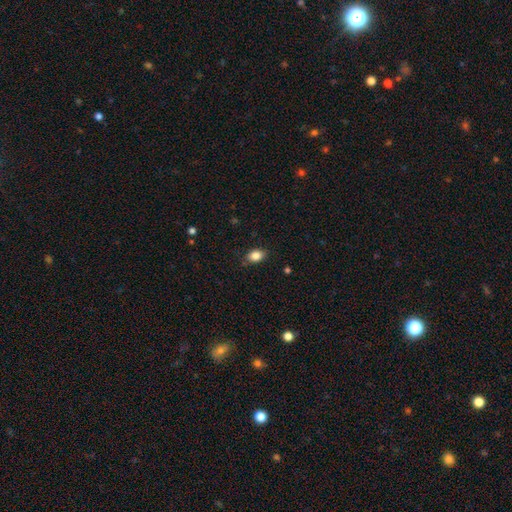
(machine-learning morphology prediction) type=smooth (85%); roundness=in between (76%); merging=none (83%).